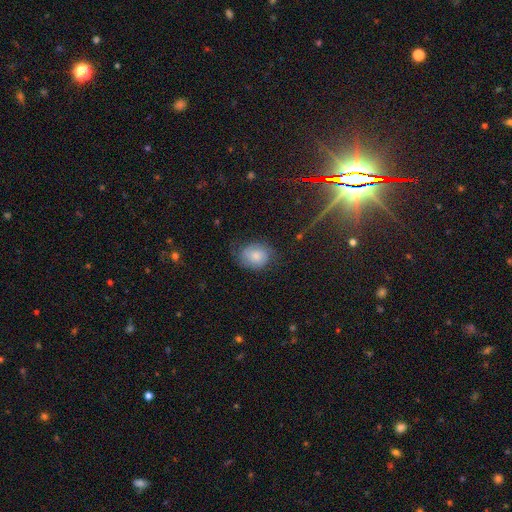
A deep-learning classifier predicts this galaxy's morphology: smooth 59%, featured or disk 31%, star or artifact 10%. Down the decision tree: how rounded — round (54%); merging — none (62%).